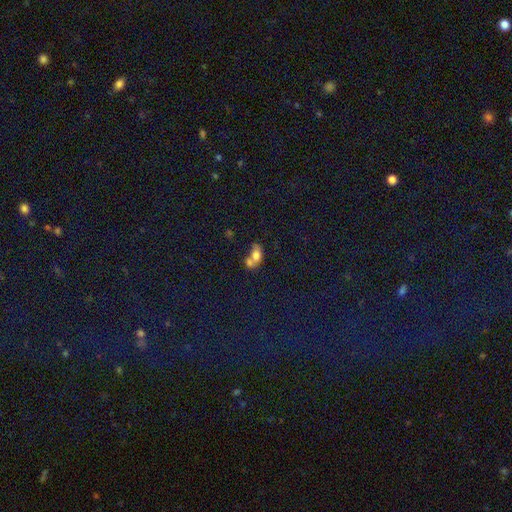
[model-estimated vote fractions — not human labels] smooth_or_featured: smooth (p=0.68) [alt: featured or disk p=0.22]
how_rounded: in between (p=0.78) [alt: round p=0.20]
merging: merger (p=0.67) [alt: none p=0.19]